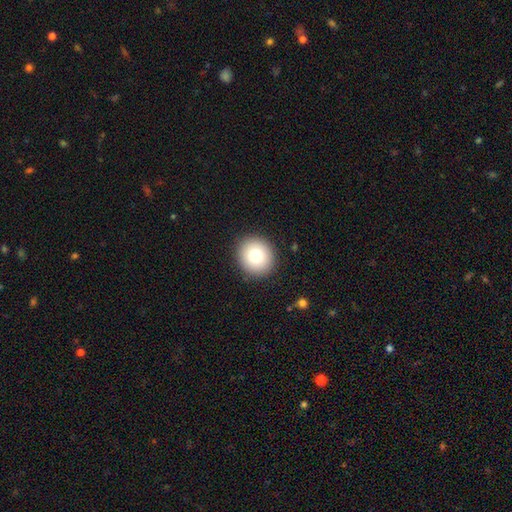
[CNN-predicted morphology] This is likely a smooth galaxy (79%). How rounded: clearly round (85%). Merging: clearly none (91%).